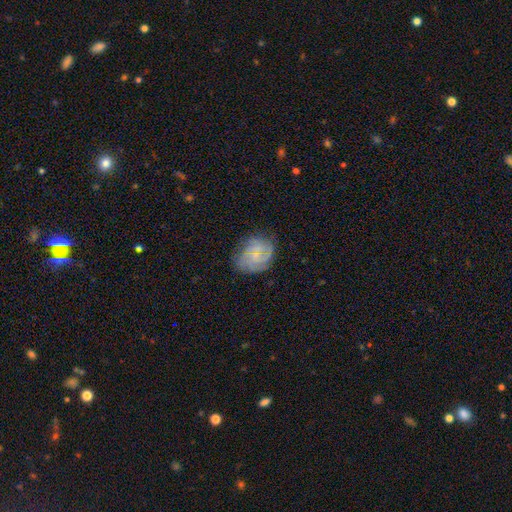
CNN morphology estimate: A featured or disk galaxy (59%) with no bar (73%), spiral arms (83%) and a small central bulge (60%). Merging: none (72%).